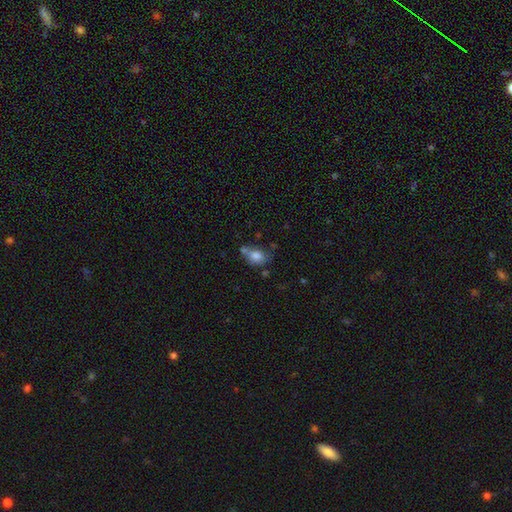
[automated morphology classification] smooth 78%, featured or disk 13%, star or artifact 10%. Down the decision tree: how rounded — in between (70%); merging — none (39%).